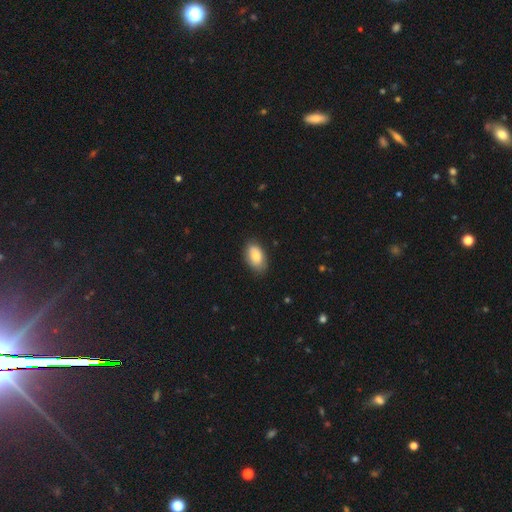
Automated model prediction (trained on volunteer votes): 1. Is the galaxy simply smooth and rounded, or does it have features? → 80% smooth, 14% featured or disk, 6% star or artifact.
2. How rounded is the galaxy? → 92% in between, 6% round, 2% cigar-shaped.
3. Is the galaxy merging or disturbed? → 80% none, 16% minor disturbance, 3% major disturbance, 1% merger.